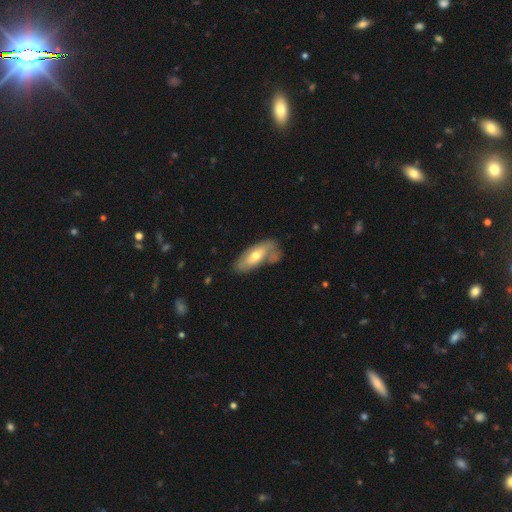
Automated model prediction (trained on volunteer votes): This appears to be a smooth galaxy with no disk features (56%) that is in between round and cigar-shaped (75%). Merging: none (52%).